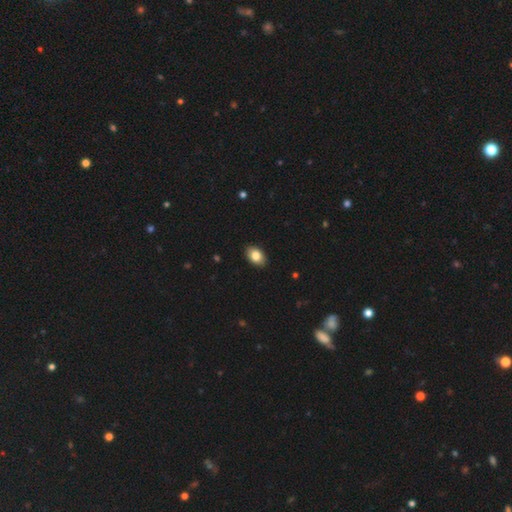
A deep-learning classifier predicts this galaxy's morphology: smooth_or_featured: smooth (p=0.84) [alt: featured or disk p=0.08]
how_rounded: in between (p=0.86) [alt: round p=0.13]
merging: none (p=0.89) [alt: minor disturbance p=0.08]